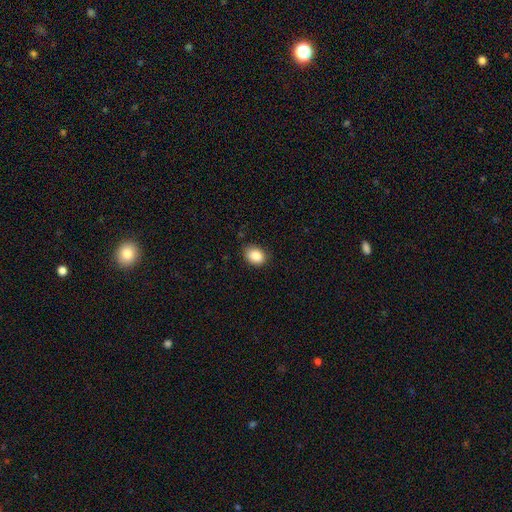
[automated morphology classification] Overall: smooth (88%). How rounded: in between (66%; round 33%). Merging: none (82%).